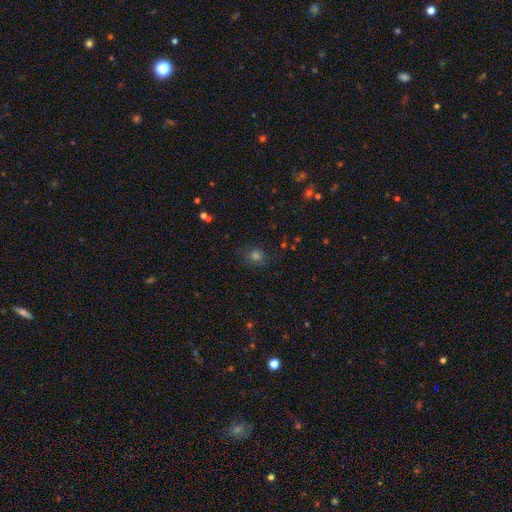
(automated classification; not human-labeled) Smooth or featured? smooth (65%)
How rounded? round (80%)
Merging? none (83%)